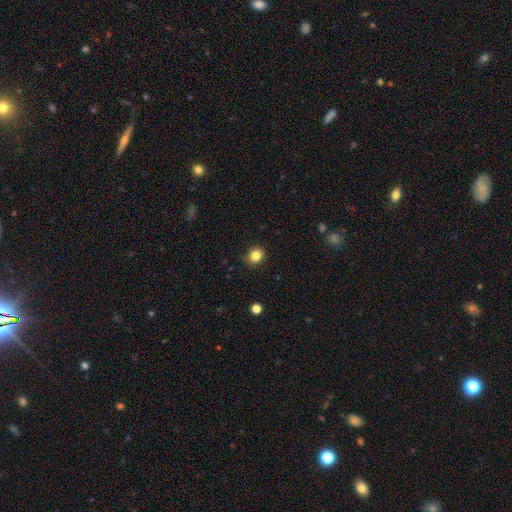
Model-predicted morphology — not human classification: This appears to be a smooth galaxy with no disk features (83%) that is round (76%). Merging: none (88%).